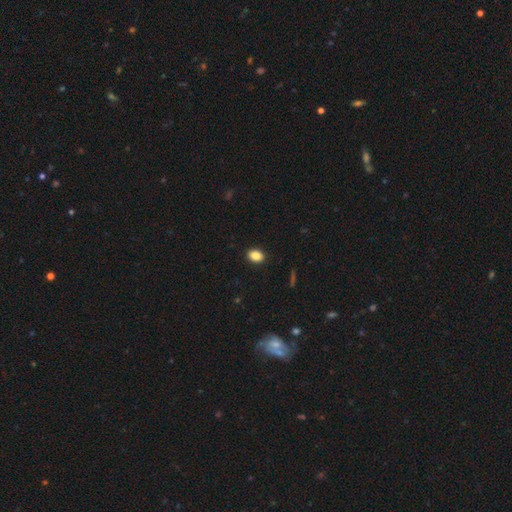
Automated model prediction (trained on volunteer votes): Q: Smooth or featured?
A: smooth (88%); runner-up: star or artifact (9%)
Q: How rounded?
A: in between (69%); runner-up: round (30%)
Q: Merging?
A: none (90%); runner-up: minor disturbance (7%)